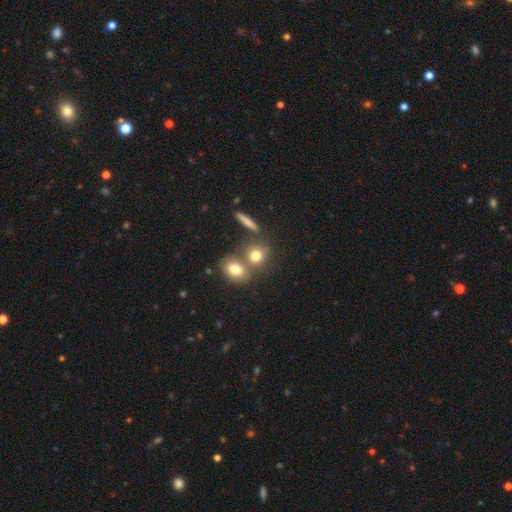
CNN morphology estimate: A smooth galaxy with no disk features (76%) that is round (63%). Merging: none (53%).